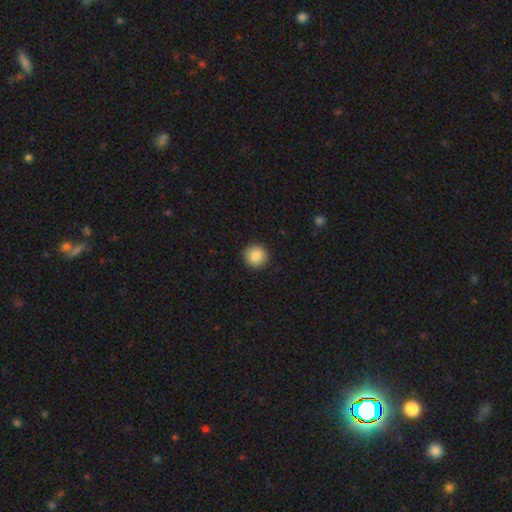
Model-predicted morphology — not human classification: A smooth galaxy with no disk features (85%) that is round (95%). Merging: none (92%).